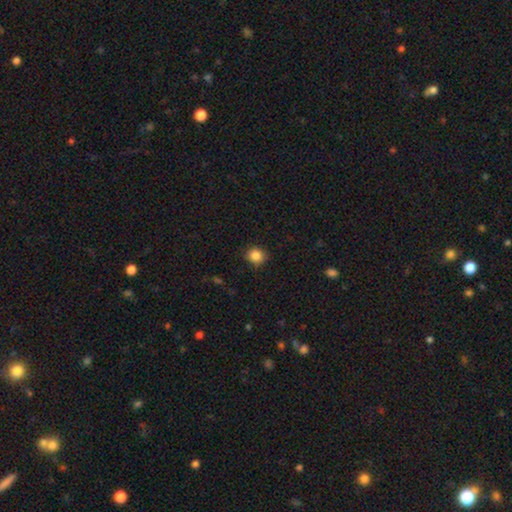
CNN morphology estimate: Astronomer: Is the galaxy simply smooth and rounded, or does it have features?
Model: smooth — 85%.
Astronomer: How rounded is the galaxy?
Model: round — 80%.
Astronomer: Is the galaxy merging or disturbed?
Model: none — 87%.